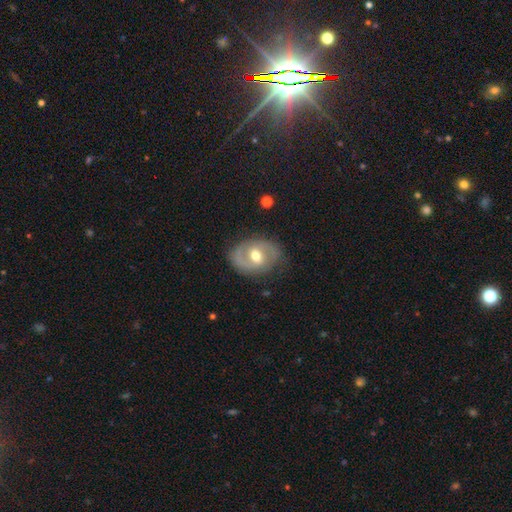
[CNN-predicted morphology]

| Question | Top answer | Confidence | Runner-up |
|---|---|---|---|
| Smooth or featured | featured or disk | 71% | smooth (23%) |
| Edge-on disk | no | 96% | yes (4%) |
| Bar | weak | 48% | no (35%) |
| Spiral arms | yes | 75% | no (25%) |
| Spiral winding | medium | 46% | tight (30%) |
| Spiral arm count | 2 | 83% | can't tell (9%) |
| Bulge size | moderate | 76% | small (14%) |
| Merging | none | 77% | minor disturbance (16%) |